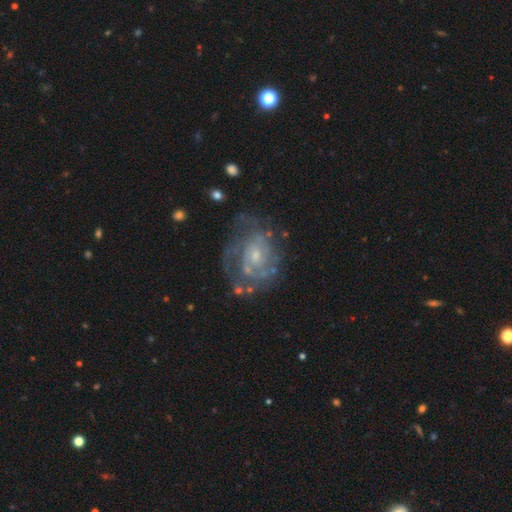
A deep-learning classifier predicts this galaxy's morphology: Smooth or featured: featured or disk — 82% (smooth — 11%)
Edge-on disk: no — 98% (yes — 2%)
Bar: no — 70% (weak — 26%)
Spiral arms: yes — 85% (no — 15%)
Spiral winding: tight — 54% (medium — 34%)
Spiral arm count: can't tell — 39% (2 — 28%)
Bulge size: small — 62% (moderate — 30%)
Merging: none — 60% (minor disturbance — 21%)